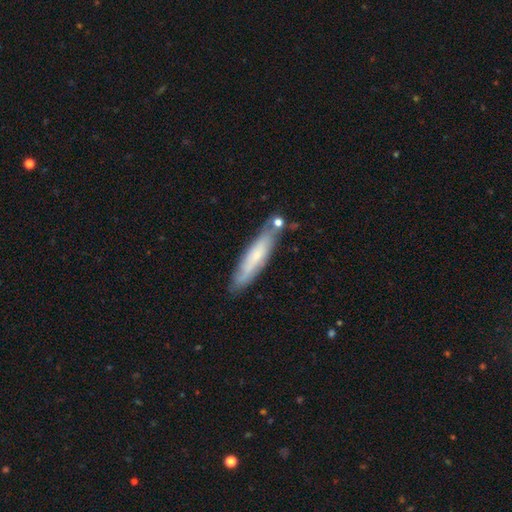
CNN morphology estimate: Smooth or featured? Predicted: smooth (p=0.48). Merging? Predicted: none (p=0.72).